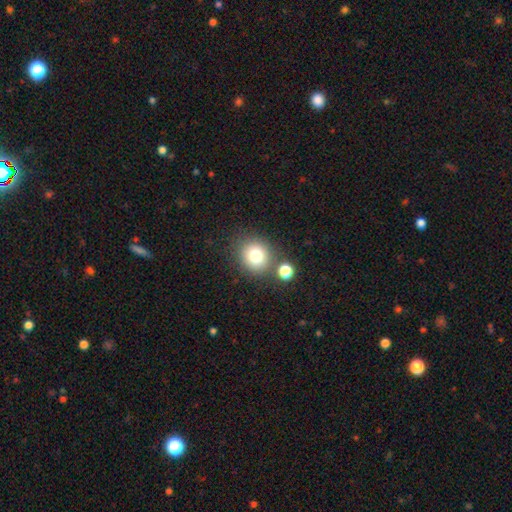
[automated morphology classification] Overall: smooth (78%). How rounded: round (84%). Merging: none (75%).